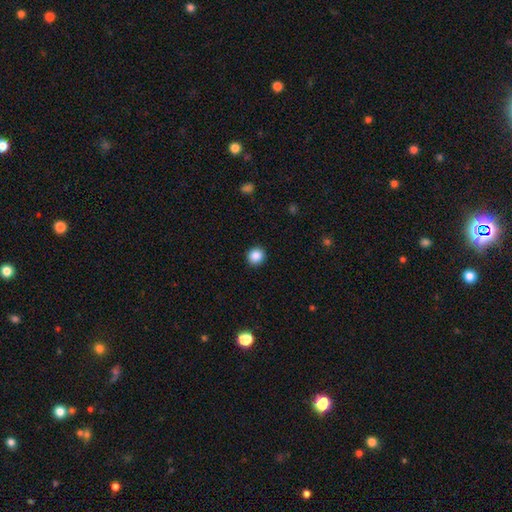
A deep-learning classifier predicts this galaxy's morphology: This is clearly a smooth galaxy (88%). How rounded: clearly round (91%). Merging: clearly none (92%).